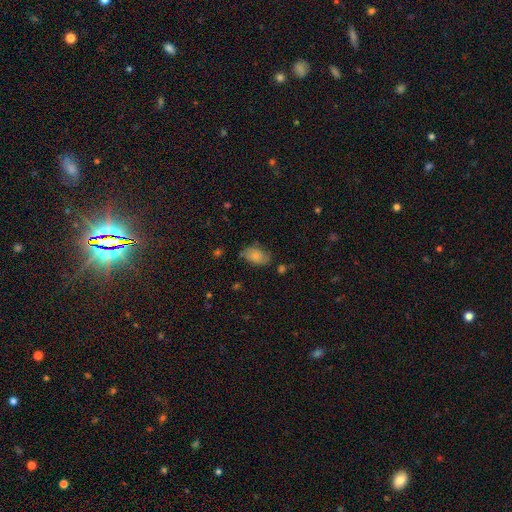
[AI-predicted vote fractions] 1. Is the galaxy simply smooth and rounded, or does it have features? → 70% smooth, 21% featured or disk, 9% star or artifact.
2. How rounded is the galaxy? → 90% in between, 8% round, 2% cigar-shaped.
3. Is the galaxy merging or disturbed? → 63% none, 27% minor disturbance, 7% major disturbance, 3% merger.